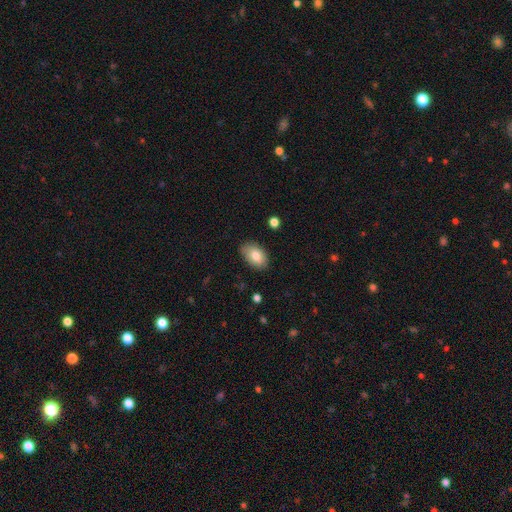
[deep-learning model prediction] This is clearly a smooth galaxy (82%). How rounded: clearly in between (91%). Merging: clearly none (81%).